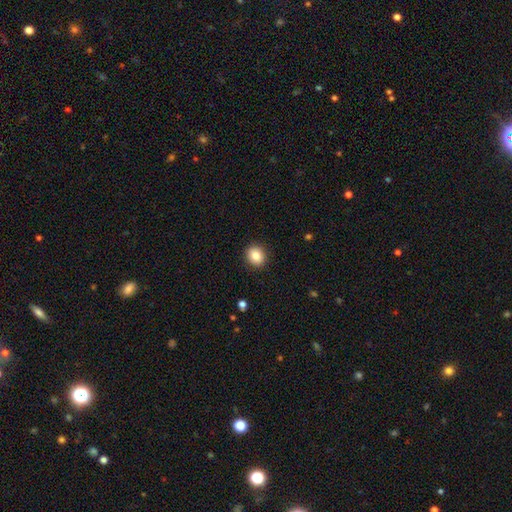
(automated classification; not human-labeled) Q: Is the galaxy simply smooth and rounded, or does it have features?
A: smooth — 84%.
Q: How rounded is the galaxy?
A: round — 72%.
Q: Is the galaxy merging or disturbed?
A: none — 91%.